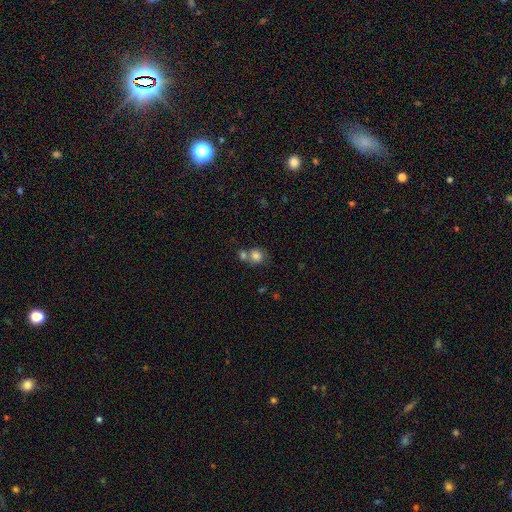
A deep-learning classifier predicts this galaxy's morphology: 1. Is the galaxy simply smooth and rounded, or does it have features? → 81% smooth, 10% star or artifact, 9% featured or disk.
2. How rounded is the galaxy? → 80% round, 19% in between, 1% cigar-shaped.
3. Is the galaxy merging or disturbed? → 43% merger (tied), 43% none (tied), 10% minor disturbance, 5% major disturbance.